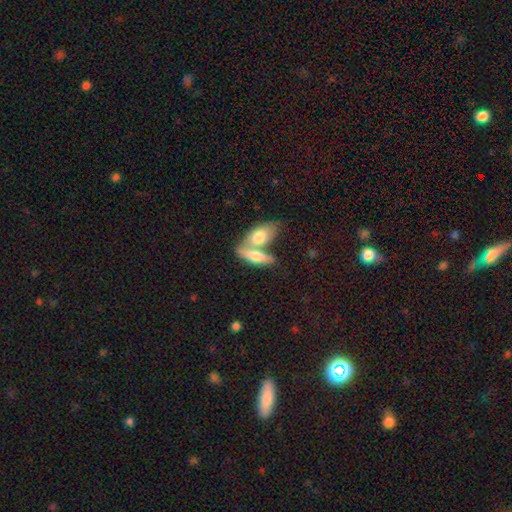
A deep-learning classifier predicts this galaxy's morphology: This is likely a smooth galaxy (64%). How rounded: likely in between (64%). Merging: possibly merger (57%).